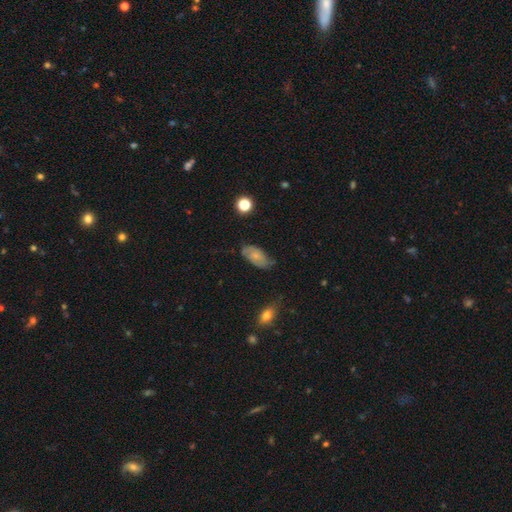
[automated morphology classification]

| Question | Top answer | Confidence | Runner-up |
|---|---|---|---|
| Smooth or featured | smooth | 60% | featured or disk (33%) |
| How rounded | in between | 92% | cigar-shaped (5%) |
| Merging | none | 62% | minor disturbance (29%) |